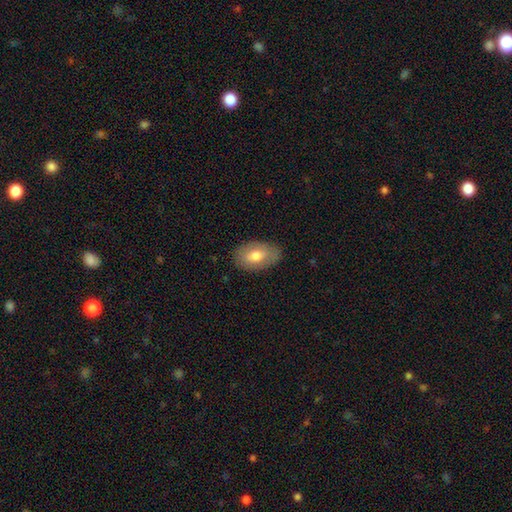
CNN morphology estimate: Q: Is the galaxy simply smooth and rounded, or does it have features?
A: smooth — 70%.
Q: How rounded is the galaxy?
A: in between — 91%.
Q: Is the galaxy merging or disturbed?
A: none — 82%.